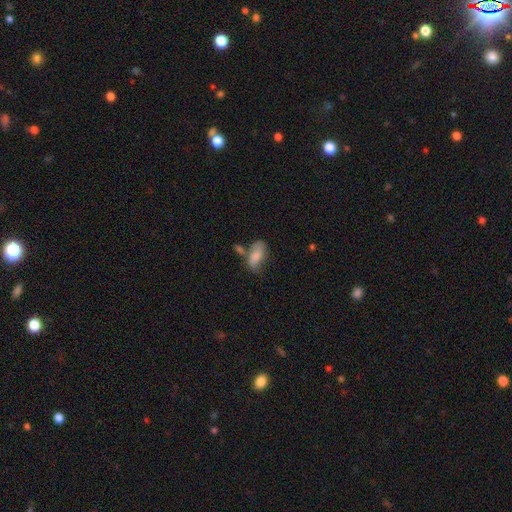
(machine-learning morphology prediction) A smooth galaxy with no disk features (72%) that is in between round and cigar-shaped (90%). Merging: none (39%).